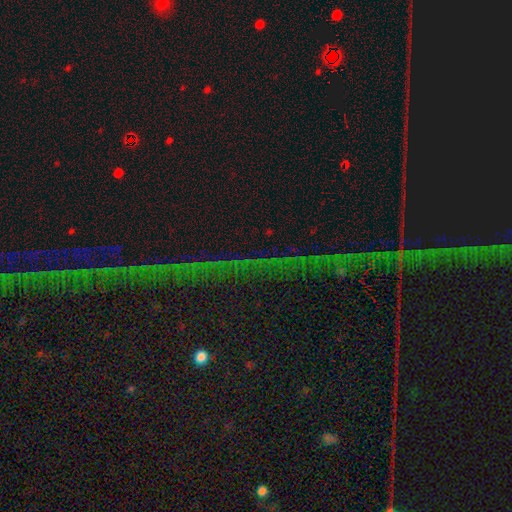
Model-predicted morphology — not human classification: Smooth or featured? star or artifact (77%)